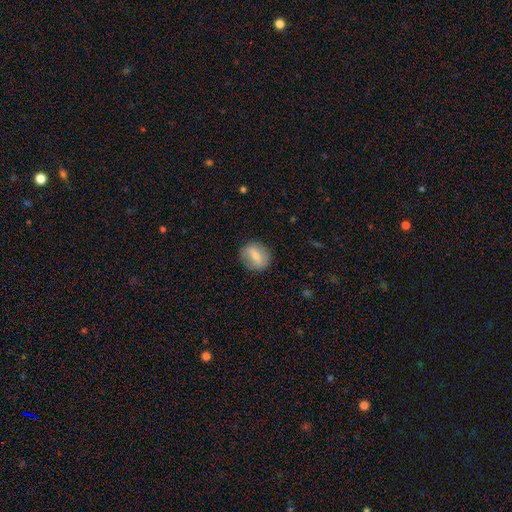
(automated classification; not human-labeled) smooth_or_featured: smooth (p=0.65) [alt: featured or disk p=0.27]
how_rounded: round (p=0.60) [alt: in between p=0.38]
merging: none (p=0.81) [alt: minor disturbance p=0.14]